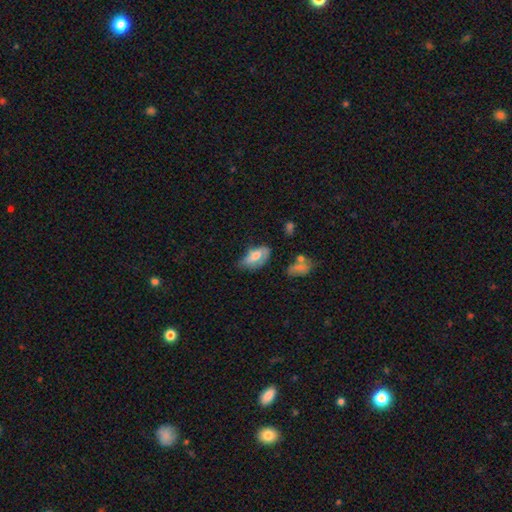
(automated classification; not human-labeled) A smooth galaxy with no disk features (61%) that is in between round and cigar-shaped (90%).

Vote fractions:
- Smooth or featured? smooth: 61% / featured or disk: 32% / star or artifact: 8%
- How rounded? in between: 90% / cigar-shaped: 6% / round: 4%
- Merging? none: 39% / minor disturbance: 38% / major disturbance: 19% / merger: 4%